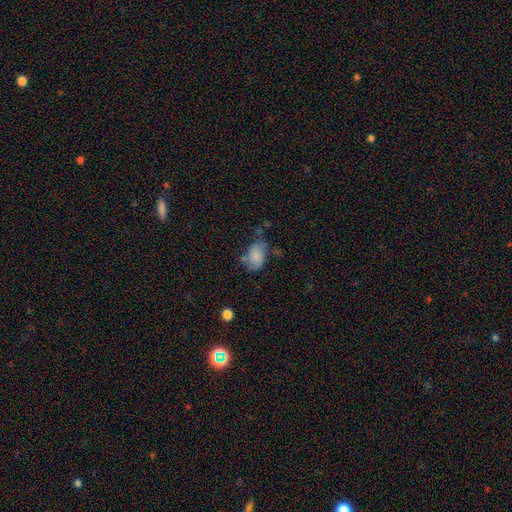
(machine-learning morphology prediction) smooth_or_featured: smooth (p=0.77) [alt: featured or disk p=0.14]
how_rounded: in between (p=0.82) [alt: round p=0.17]
merging: none (p=0.41) [alt: minor disturbance p=0.33]